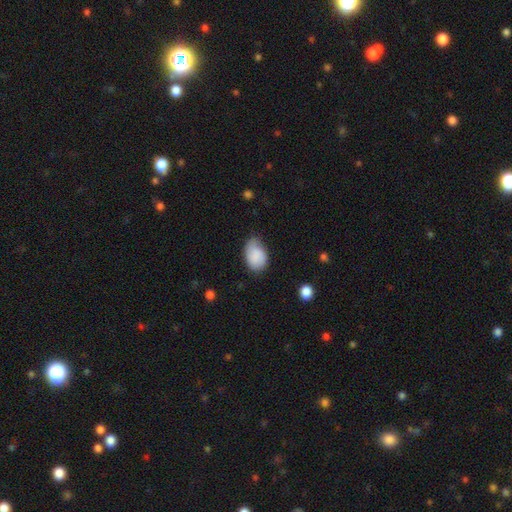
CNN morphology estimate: The model was most divided on "merging": none: 56%, minor disturbance: 35%, major disturbance: 7%, merger: 2%. More confident: how rounded — in between (85%); smooth or featured — smooth (84%).